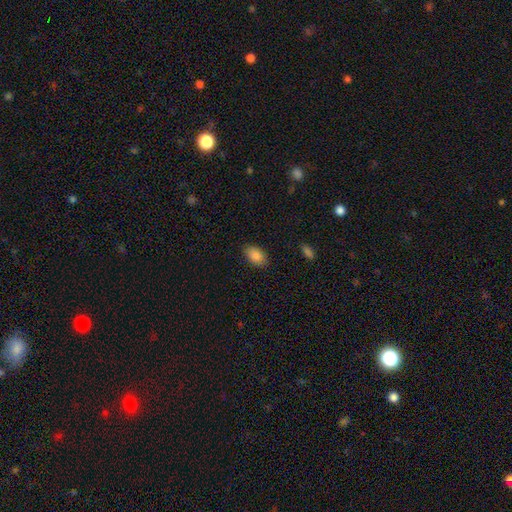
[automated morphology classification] Q: Smooth or featured?
A: smooth (86%); runner-up: star or artifact (7%)
Q: How rounded?
A: in between (90%); runner-up: round (9%)
Q: Merging?
A: none (86%); runner-up: minor disturbance (11%)